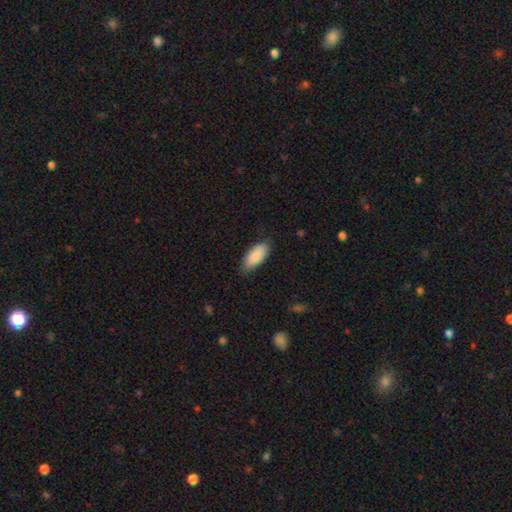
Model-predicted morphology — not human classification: Smooth or featured: smooth — 88% (star or artifact — 6%)
How rounded: in between — 89% (cigar-shaped — 10%)
Merging: none — 75% (minor disturbance — 21%)